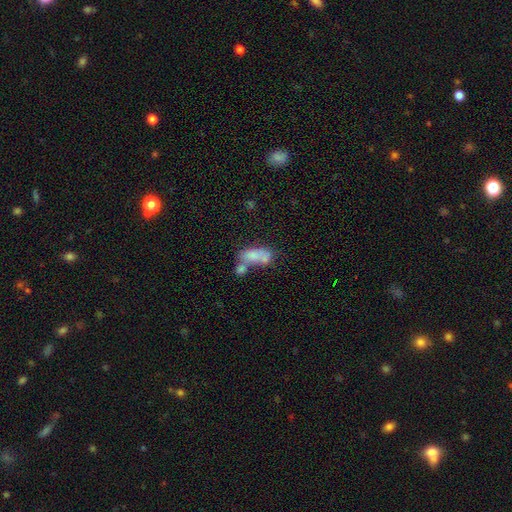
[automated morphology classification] The model was most divided on "merging": merger: 55%, none: 21%, minor disturbance: 12%, major disturbance: 12%. More confident: how rounded — in between (84%); smooth or featured — smooth (67%).